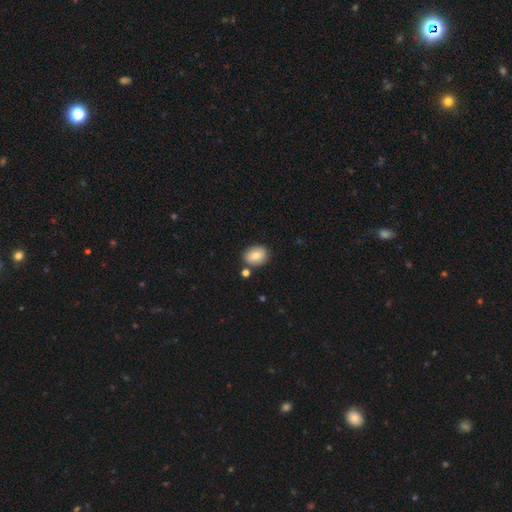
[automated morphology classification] The model was most divided on "how rounded": in between: 56%, round: 43%, cigar-shaped: 1%. More confident: merging — none (80%); smooth or featured — smooth (76%).